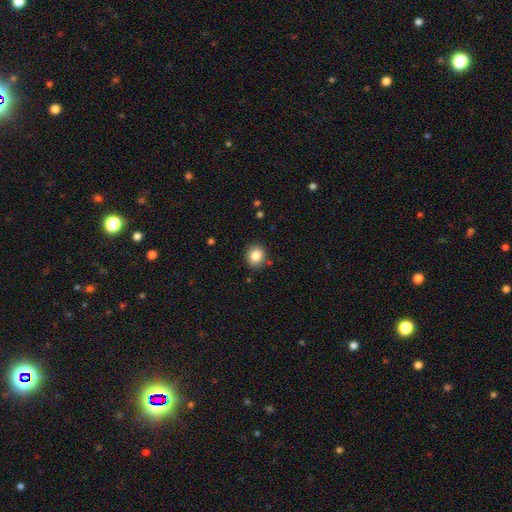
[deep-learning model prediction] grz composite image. It shows a smooth galaxy with no disk features (85%) that is round (76%). Merging: none (86%).